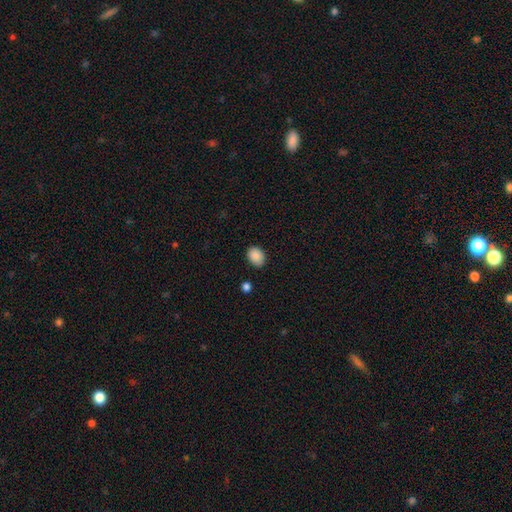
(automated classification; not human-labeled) The model was most divided on "how rounded": in between: 66%, round: 33%, cigar-shaped: 1%. More confident: smooth or featured — smooth (88%); merging — none (82%).